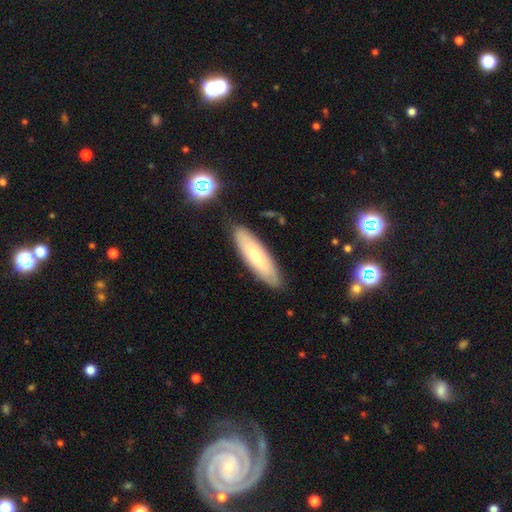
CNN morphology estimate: smooth_or_featured: smooth (p=0.64) [alt: featured or disk p=0.29]
how_rounded: cigar-shaped (p=0.59) [alt: in between p=0.39]
merging: none (p=0.84) [alt: minor disturbance p=0.12]